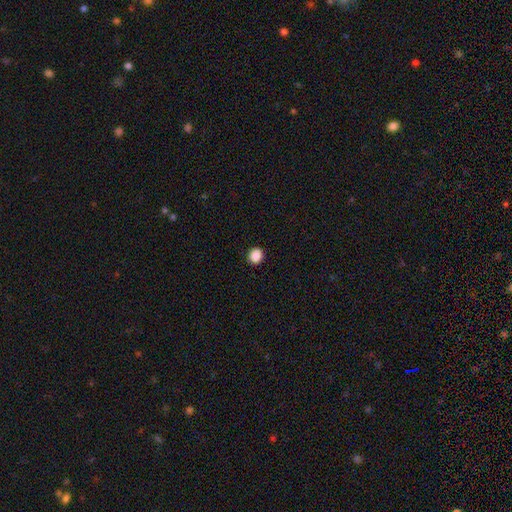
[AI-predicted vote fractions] Smooth or featured? smooth (88%)
How rounded? round (79%)
Merging? none (92%)